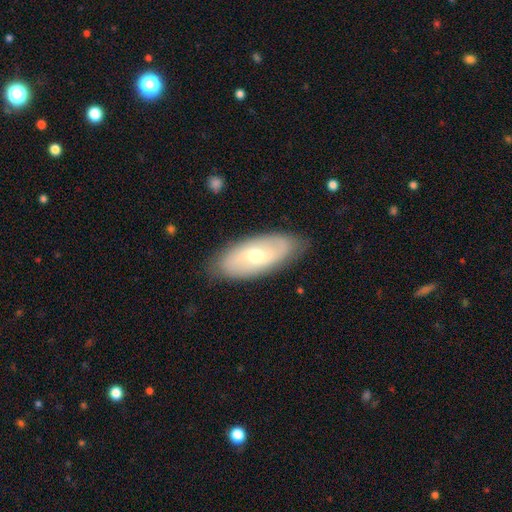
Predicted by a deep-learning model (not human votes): This is possibly a featured or disk galaxy (58%). It is clearly not viewed edge-on (88%). Bar: possibly weak (46%). Spiral arm pattern: likely yes (69%). Central bulge: possibly moderate (55%). Merging: clearly none (85%).